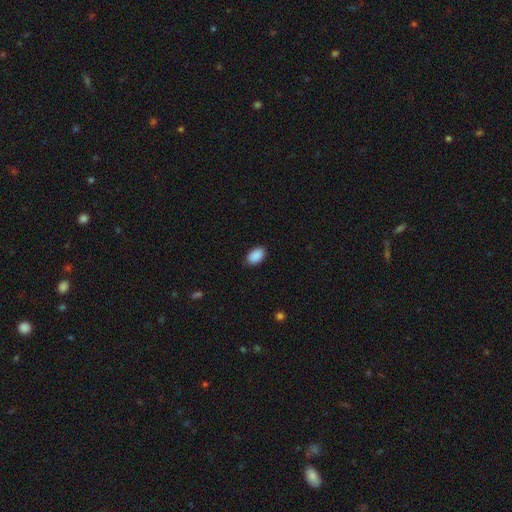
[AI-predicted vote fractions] This is clearly a smooth galaxy (90%). How rounded: clearly in between (92%). Merging: clearly none (86%).